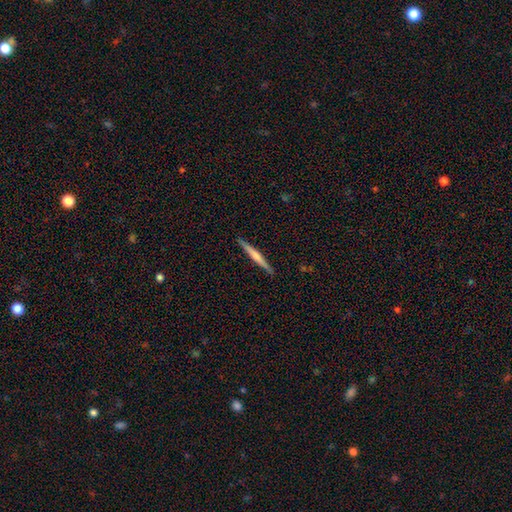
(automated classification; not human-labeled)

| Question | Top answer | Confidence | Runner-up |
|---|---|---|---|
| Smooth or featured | featured or disk | 51% | smooth (43%) |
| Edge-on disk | yes | 98% | no (2%) |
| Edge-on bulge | rounded | 48% | none (38%) |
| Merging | none | 91% | minor disturbance (7%) |